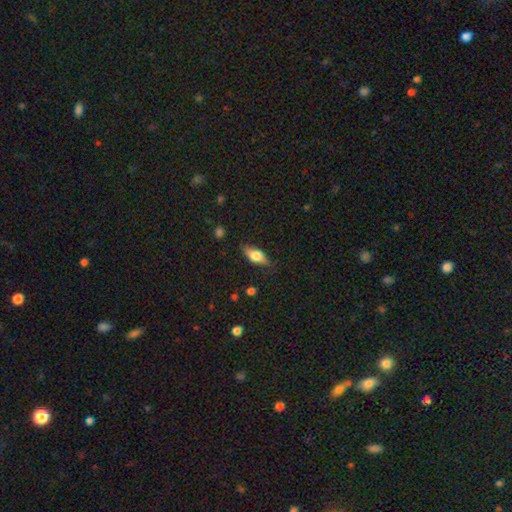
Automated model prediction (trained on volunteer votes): This appears to be a smooth galaxy with no disk features (58%) that is in between round and cigar-shaped (74%). Merging: none (80%).